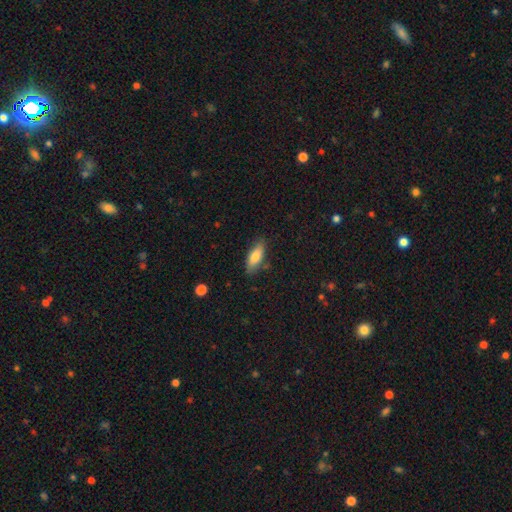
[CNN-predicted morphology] smooth 77%, featured or disk 17%, star or artifact 7%. Down the decision tree: how rounded — in between (70%); merging — none (81%).